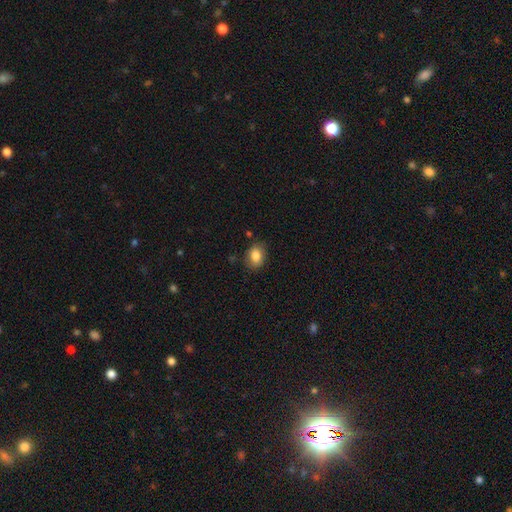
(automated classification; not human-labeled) smooth-or-featured: smooth: 84% | star or artifact: 8% | featured or disk: 8%
  how-rounded: in between: 68% | round: 31% | cigar-shaped: 1%
  merging: none: 81% | minor disturbance: 14% | major disturbance: 3% | merger: 2%